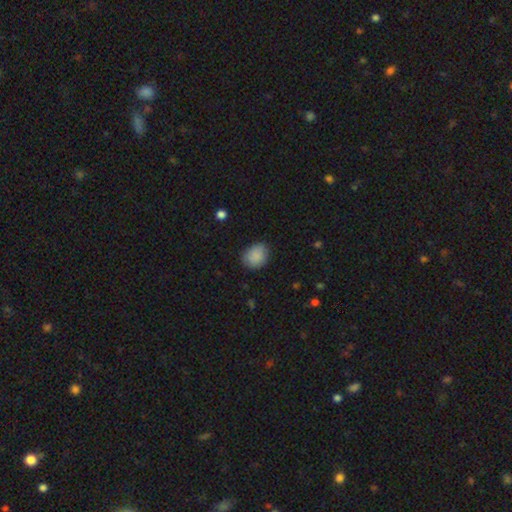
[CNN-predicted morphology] This is clearly a smooth galaxy (88%). How rounded: possibly round (53%). Merging: likely none (79%).